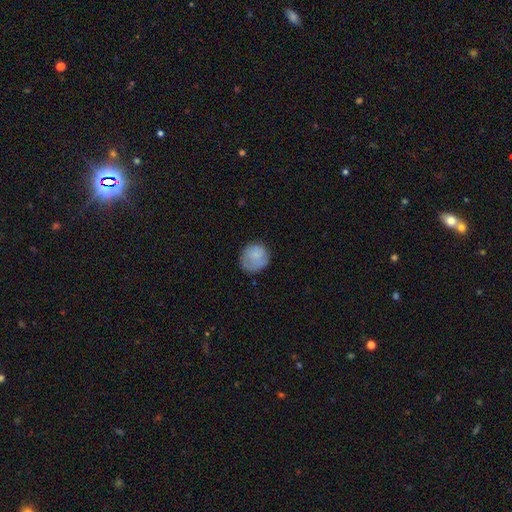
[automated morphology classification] This appears to be a smooth galaxy with no disk features (78%) that is round (86%). Merging: none (65%).